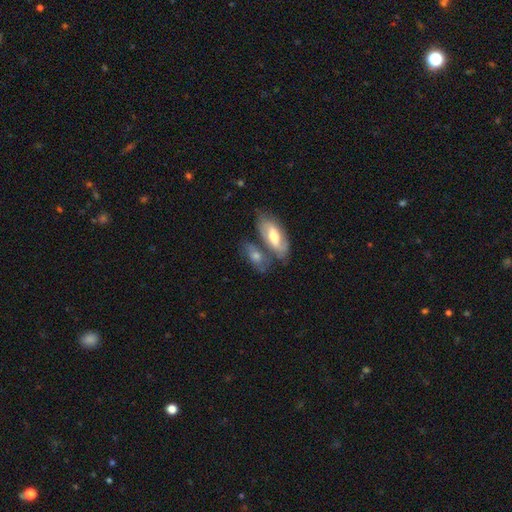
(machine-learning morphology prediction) Smooth or featured? smooth (49%)
Merging? none (43%)